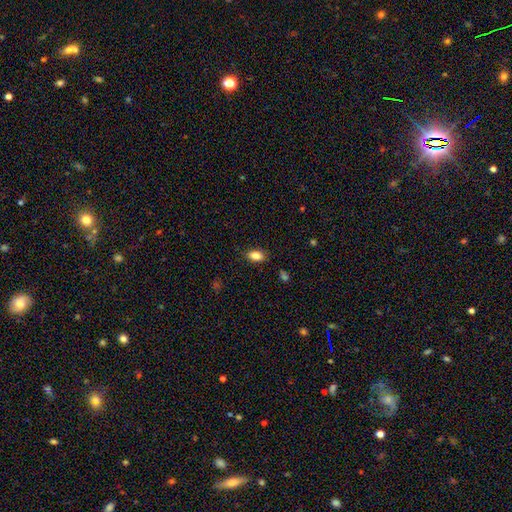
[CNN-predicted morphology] This appears to be a smooth galaxy with no disk features (86%) that is in between round and cigar-shaped (90%). Merging: none (86%).